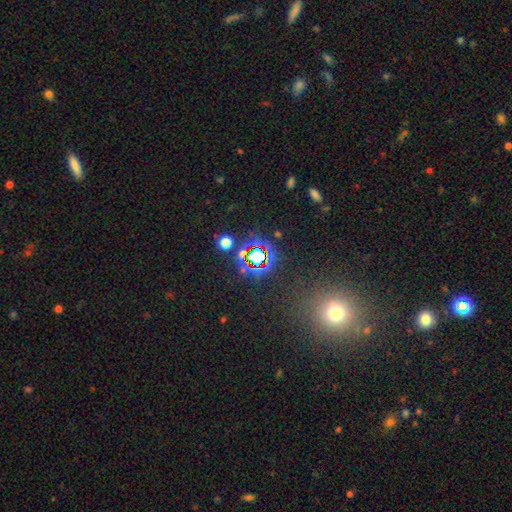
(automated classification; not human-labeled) star or artifact 70%, smooth 20%, featured or disk 10%.